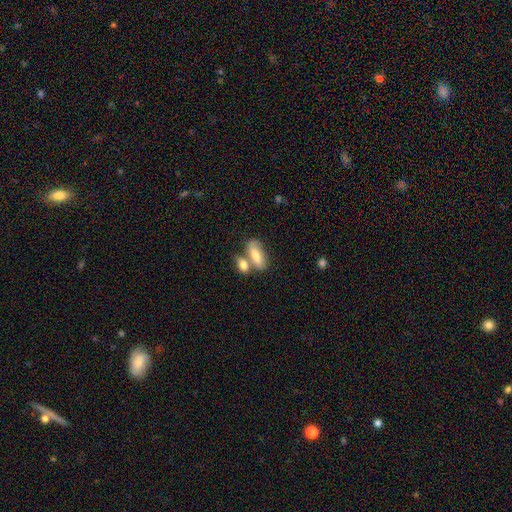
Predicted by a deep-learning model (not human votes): Smooth or featured? smooth (76%)
How rounded? in between (78%)
Merging? merger (46%)